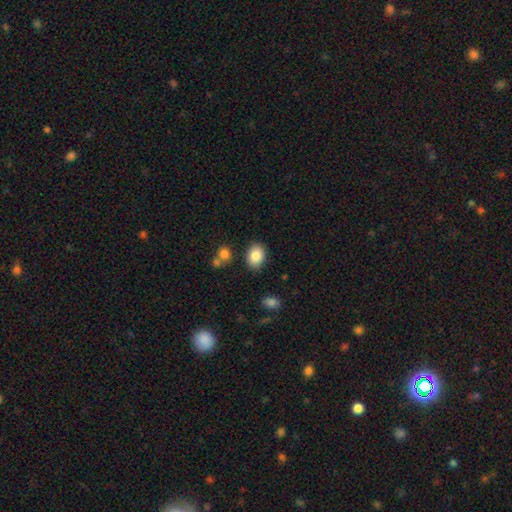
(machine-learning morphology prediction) Smooth or featured: smooth — 87% (star or artifact — 8%)
How rounded: in between — 74% (round — 25%)
Merging: none — 82% (minor disturbance — 11%)